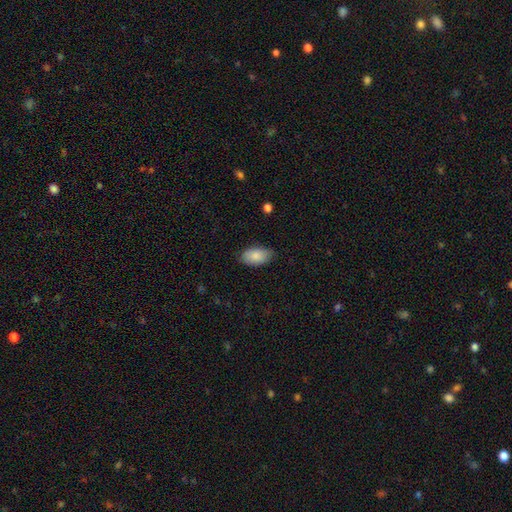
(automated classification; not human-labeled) smooth 86%, featured or disk 8%, star or artifact 6%. Down the decision tree: how rounded — in between (94%); merging — none (81%).